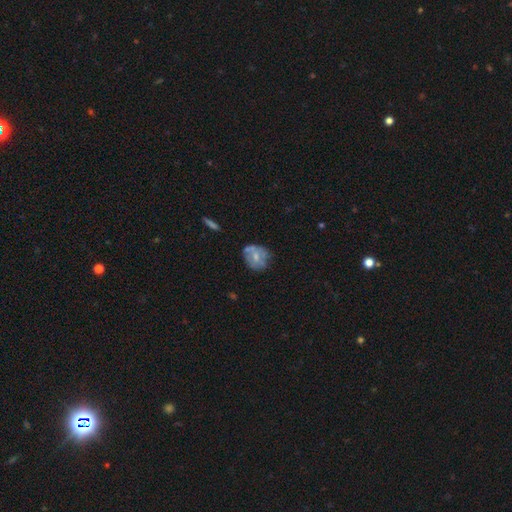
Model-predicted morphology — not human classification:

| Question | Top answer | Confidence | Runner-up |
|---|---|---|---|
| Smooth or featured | smooth | 49% | featured or disk (43%) |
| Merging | none | 53% | minor disturbance (26%) |